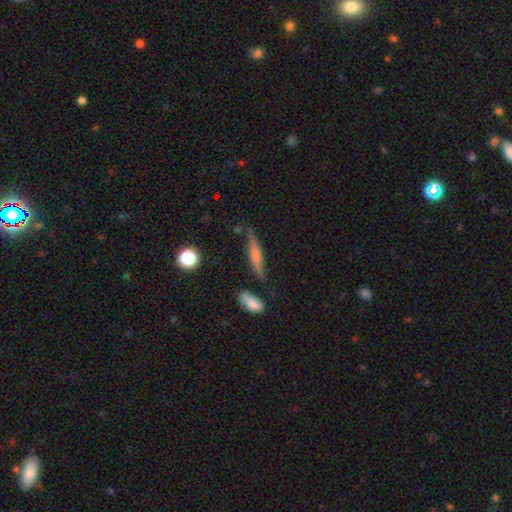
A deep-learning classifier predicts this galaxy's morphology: Q: Smooth or featured?
A: smooth (51%); runner-up: featured or disk (41%)
Q: How rounded?
A: cigar-shaped (82%); runner-up: in between (15%)
Q: Merging?
A: none (66%); runner-up: minor disturbance (23%)